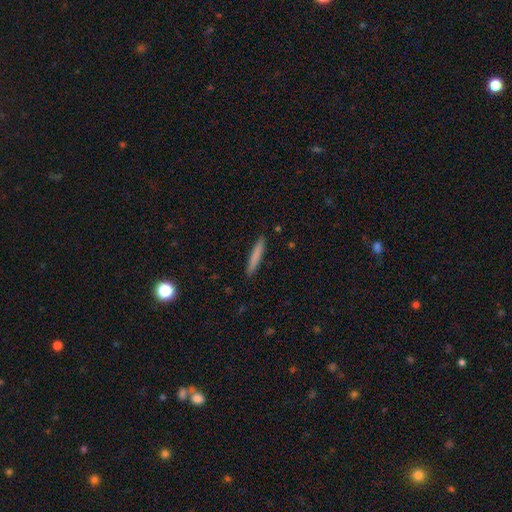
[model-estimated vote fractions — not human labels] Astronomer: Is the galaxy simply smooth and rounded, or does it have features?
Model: smooth — 77%.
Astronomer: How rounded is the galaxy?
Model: cigar-shaped — 95%.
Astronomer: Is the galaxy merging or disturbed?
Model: none — 91%.